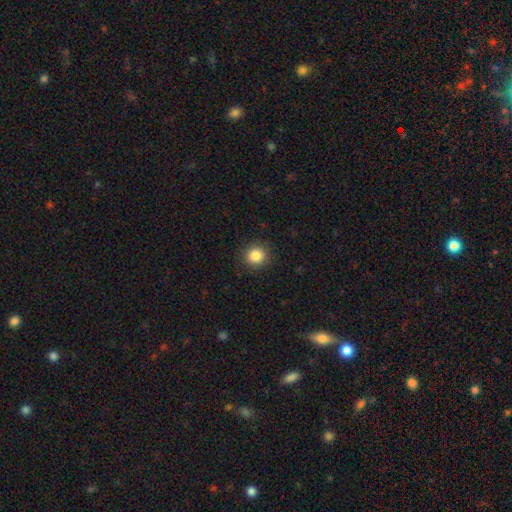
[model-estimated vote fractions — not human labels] Smooth or featured? smooth (85%)
How rounded? round (92%)
Merging? none (91%)